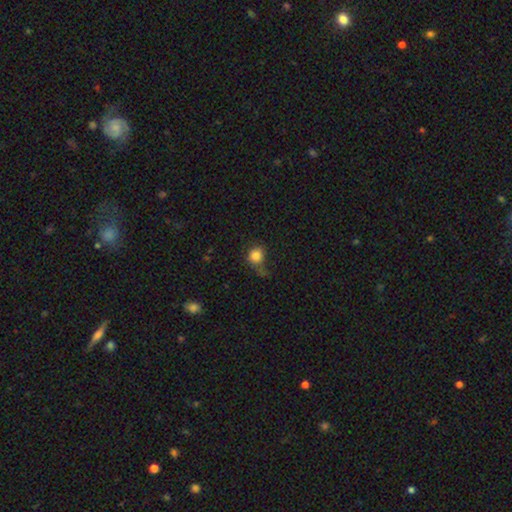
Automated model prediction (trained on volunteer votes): Q: Smooth or featured?
A: smooth (83%); runner-up: star or artifact (10%)
Q: How rounded?
A: round (82%); runner-up: in between (17%)
Q: Merging?
A: none (49%); runner-up: minor disturbance (25%)